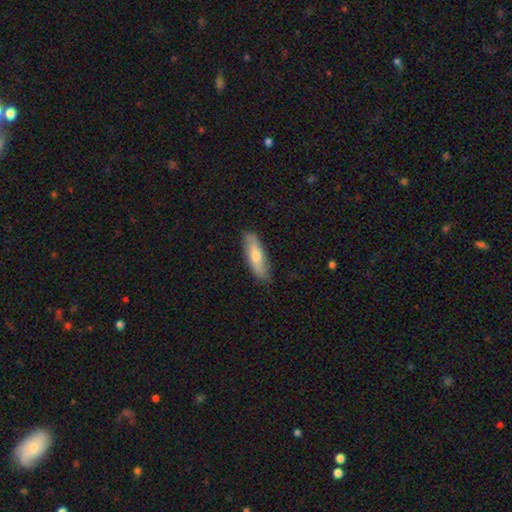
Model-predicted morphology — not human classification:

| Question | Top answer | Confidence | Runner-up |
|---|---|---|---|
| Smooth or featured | smooth | 70% | featured or disk (25%) |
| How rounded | cigar-shaped | 53% | in between (45%) |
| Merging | none | 82% | minor disturbance (14%) |